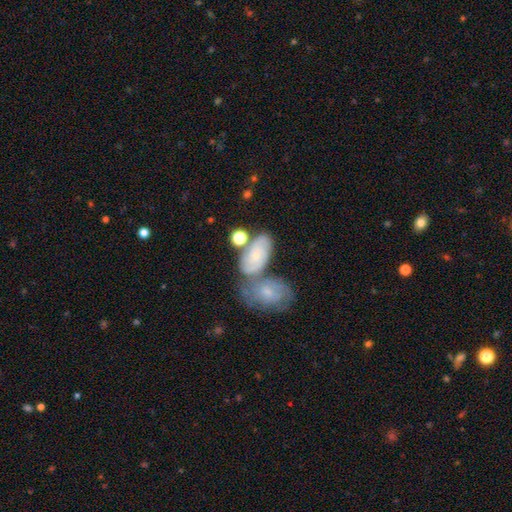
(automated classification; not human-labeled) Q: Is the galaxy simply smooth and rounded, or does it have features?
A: featured or disk — 49%.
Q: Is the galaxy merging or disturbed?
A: none — 40%.